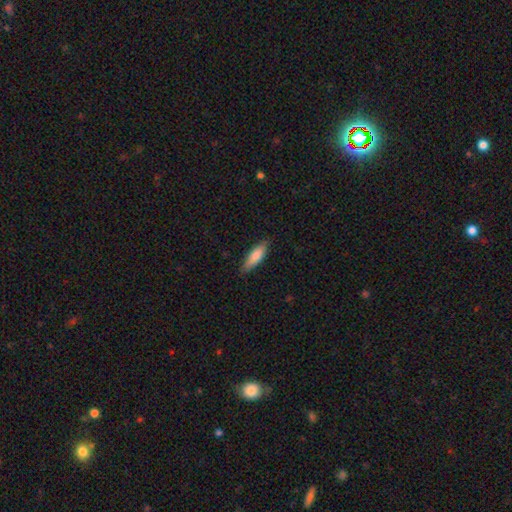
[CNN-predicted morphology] A smooth galaxy with no disk features (79%) that is cigar-shaped (52%). Merging: none (83%).